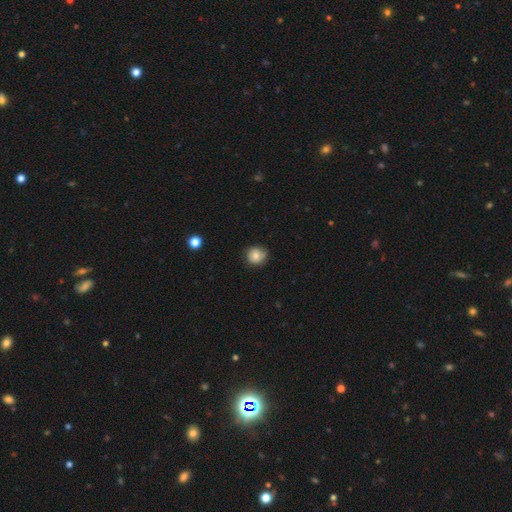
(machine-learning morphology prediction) smooth-or-featured: smooth: 77% | featured or disk: 14% | star or artifact: 9%
  how-rounded: round: 85% | in between: 14% | cigar-shaped: 1%
  merging: none: 76% | minor disturbance: 19% | major disturbance: 3% | merger: 1%